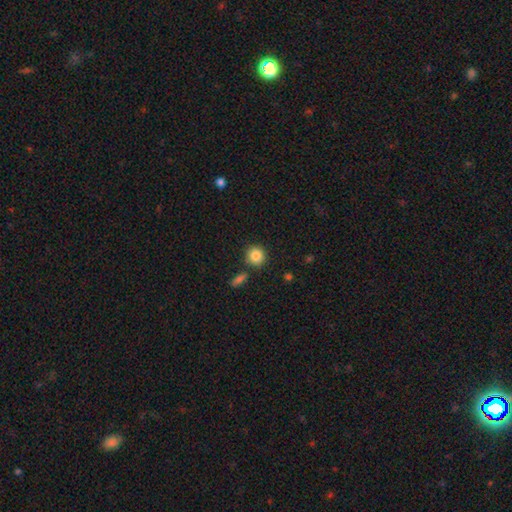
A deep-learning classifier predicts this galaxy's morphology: smooth-or-featured: smooth: 86% | star or artifact: 9% | featured or disk: 5%
  how-rounded: round: 89% | in between: 9% | cigar-shaped: 1%
  merging: none: 83% | minor disturbance: 8% | merger: 6% | major disturbance: 2%